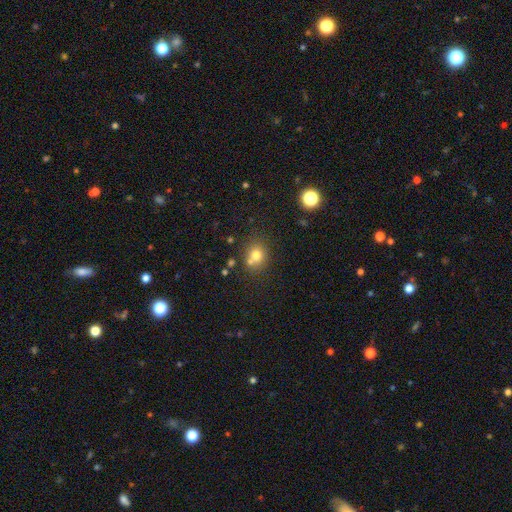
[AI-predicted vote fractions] smooth_or_featured: smooth (p=0.75) [alt: star or artifact p=0.14]
how_rounded: round (p=0.73) [alt: in between p=0.26]
merging: none (p=0.60) [alt: merger p=0.25]